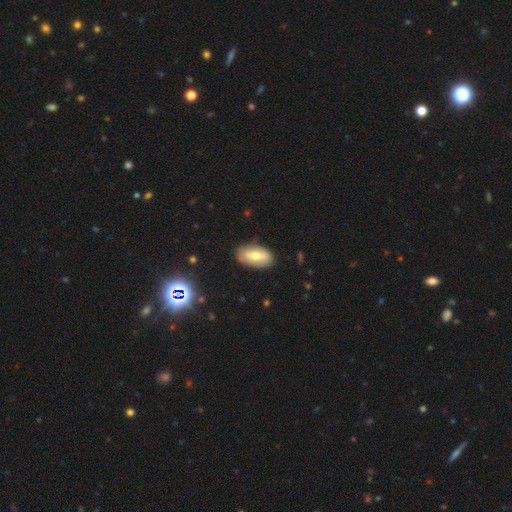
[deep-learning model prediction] Overall: smooth (55%; featured or disk 37%). How rounded: in between (92%). Merging: none (84%).